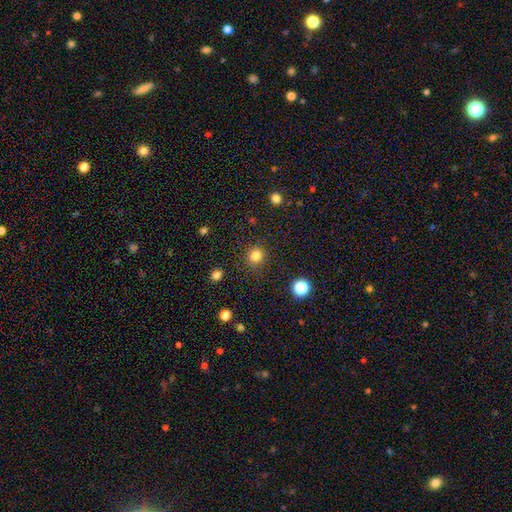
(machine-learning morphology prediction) The model was most divided on "smooth or featured": smooth: 82%, star or artifact: 13%, featured or disk: 4%. More confident: how rounded — round (89%); merging — none (88%).